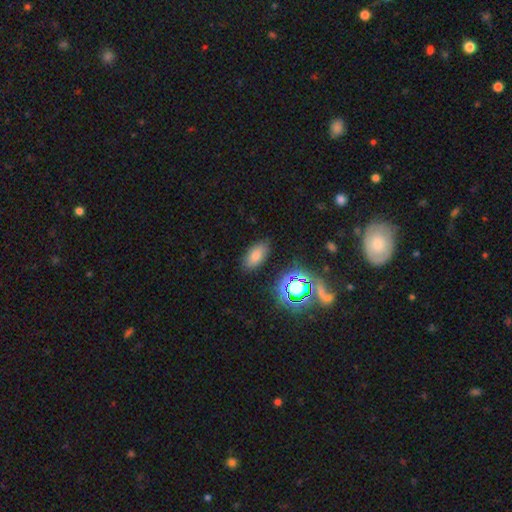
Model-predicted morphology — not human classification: smooth_or_featured: smooth (p=0.66) [alt: star or artifact p=0.23]
how_rounded: in between (p=0.89) [alt: round p=0.07]
merging: none (p=0.85) [alt: minor disturbance p=0.10]